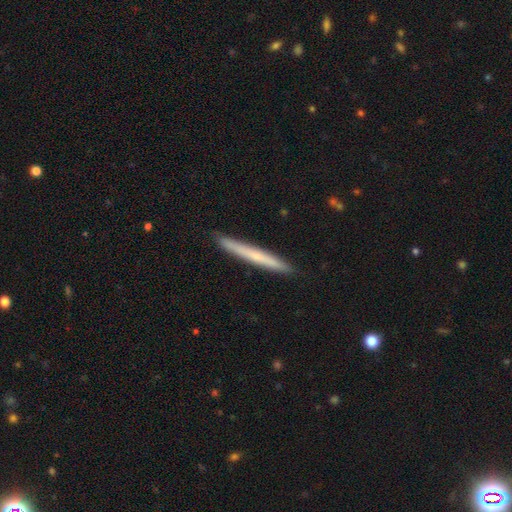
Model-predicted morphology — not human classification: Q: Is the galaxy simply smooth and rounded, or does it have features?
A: smooth — 56%.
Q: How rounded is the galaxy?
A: cigar-shaped — 97%.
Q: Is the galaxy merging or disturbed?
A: none — 91%.